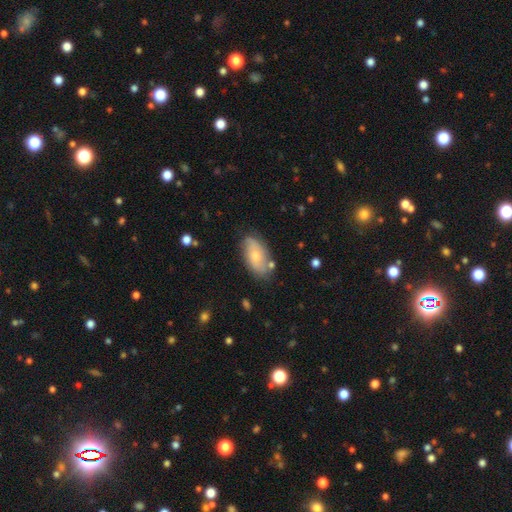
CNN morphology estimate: smooth 58%, featured or disk 36%, star or artifact 7%. Down the decision tree: how rounded — in between (92%); merging — none (74%).